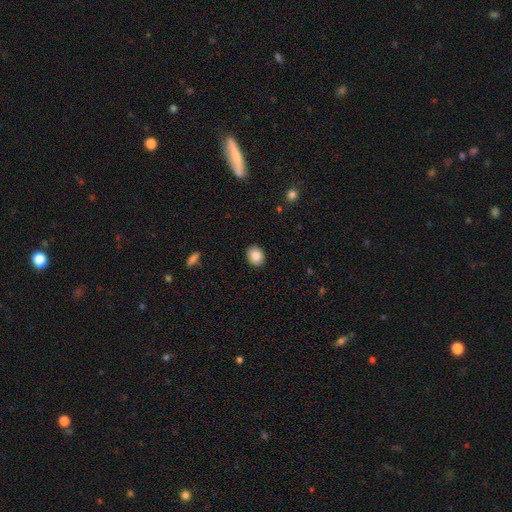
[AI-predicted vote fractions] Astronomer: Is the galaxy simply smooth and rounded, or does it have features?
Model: smooth — 87%.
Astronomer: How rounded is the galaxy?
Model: round — 54% (runner-up: in between, 45%).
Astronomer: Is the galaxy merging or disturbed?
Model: none — 90%.